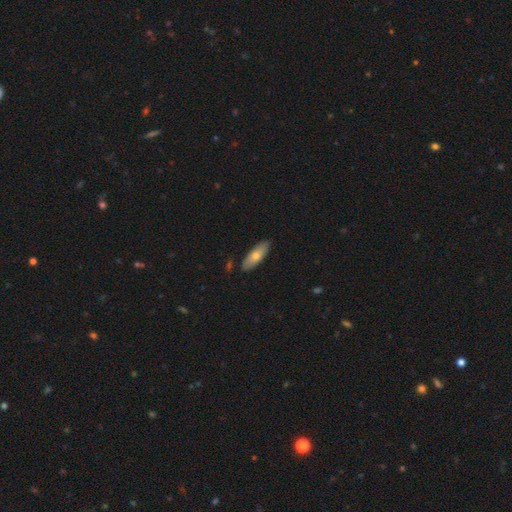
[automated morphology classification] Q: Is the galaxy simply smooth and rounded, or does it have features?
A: smooth — 67%.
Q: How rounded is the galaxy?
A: in between — 60%.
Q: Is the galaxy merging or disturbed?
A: none — 87%.